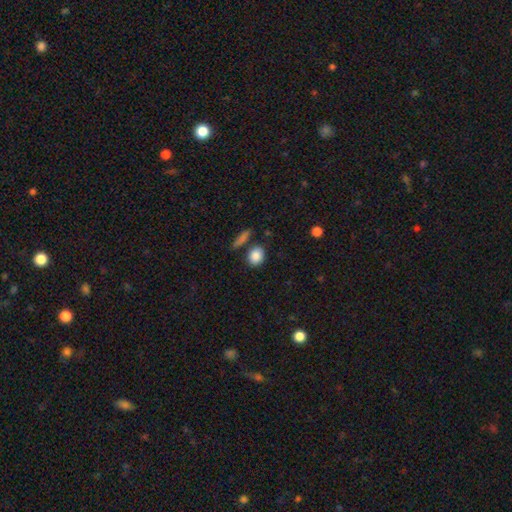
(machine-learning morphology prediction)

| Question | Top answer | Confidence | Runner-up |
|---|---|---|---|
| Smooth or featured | smooth | 86% | star or artifact (8%) |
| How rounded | in between | 49% | round (48%) |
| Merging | none | 78% | minor disturbance (11%) |